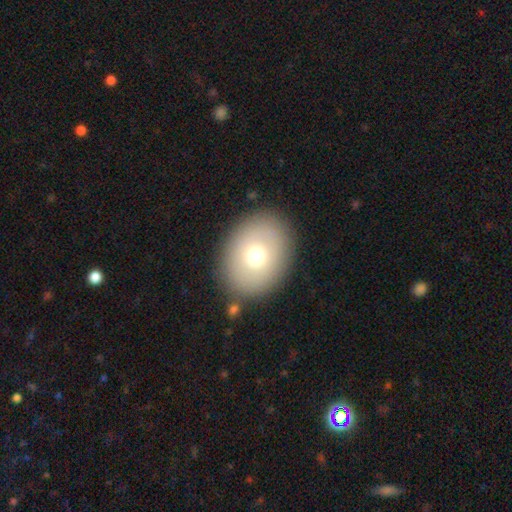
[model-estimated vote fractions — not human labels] Overall: smooth (71%). How rounded: in between (61%; round 38%). Merging: none (86%).